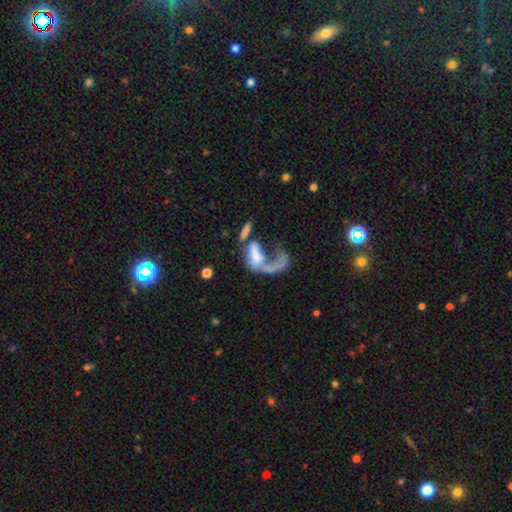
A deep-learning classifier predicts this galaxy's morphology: Smooth or featured: featured or disk — 55% (smooth — 36%)
Edge-on disk: no — 94% (yes — 6%)
Bar: no — 62% (weak — 26%)
Spiral arms: yes — 54% (no — 46%)
Bulge size: small — 33% (moderate — 32%)
Merging: major disturbance — 46% (merger — 33%)